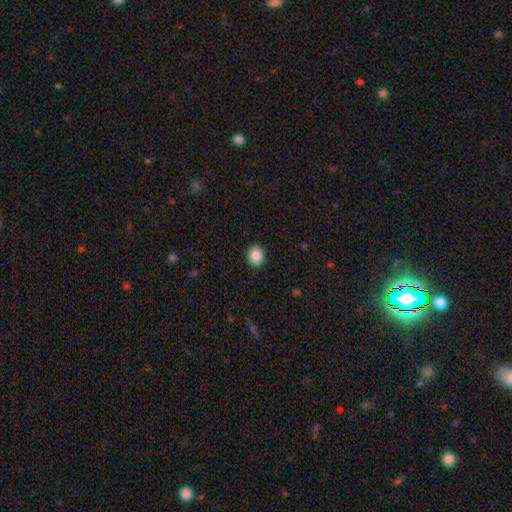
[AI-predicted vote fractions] Smooth or featured? smooth (87%)
How rounded? round (58%)
Merging? none (91%)